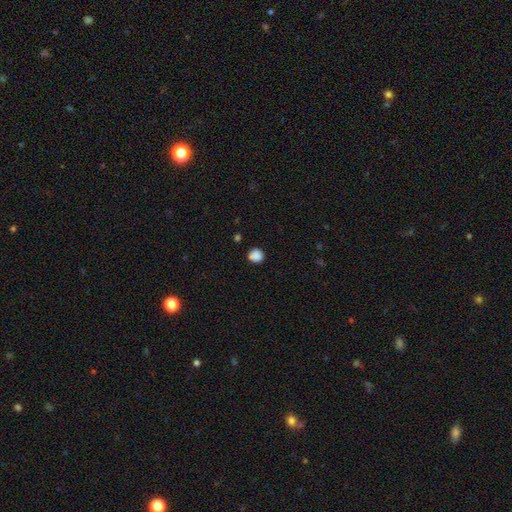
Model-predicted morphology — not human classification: This appears to be a smooth galaxy with no disk features (87%) that is round (88%). Merging: none (87%).